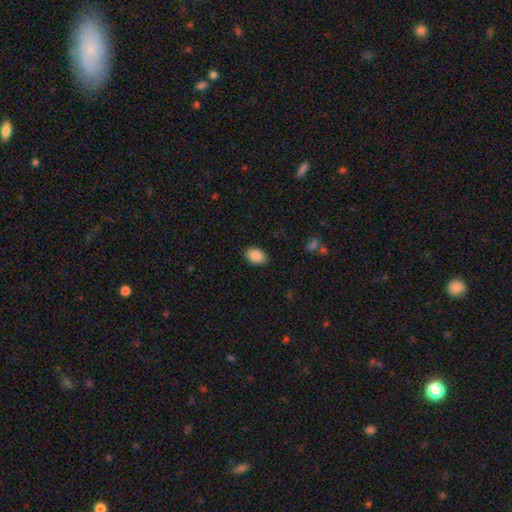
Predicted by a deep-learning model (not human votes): Overall: smooth (89%). How rounded: in between (79%). Merging: none (87%).